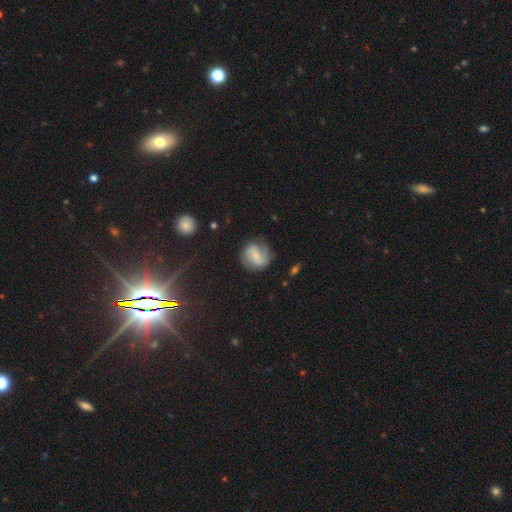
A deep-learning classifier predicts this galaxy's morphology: Smooth or featured: featured or disk — 52% (smooth — 39%)
Edge-on disk: no — 96% (yes — 4%)
Bar: weak — 42% (no — 39%)
Spiral arms: yes — 80% (no — 20%)
Bulge size: small — 66% (moderate — 25%)
Merging: none — 74% (minor disturbance — 17%)